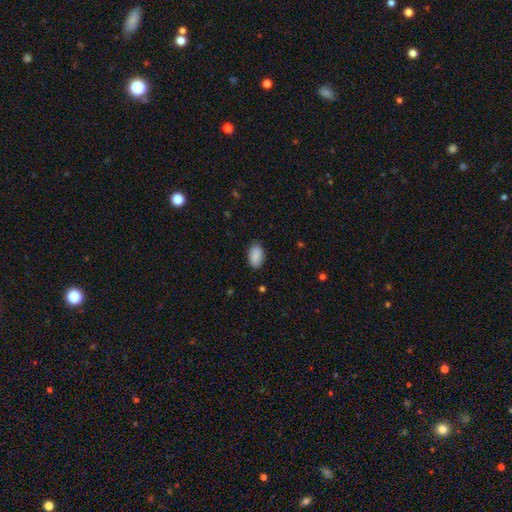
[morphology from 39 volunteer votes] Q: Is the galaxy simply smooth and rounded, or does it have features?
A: smooth — 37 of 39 (95%).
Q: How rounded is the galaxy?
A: in between — 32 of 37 (86%).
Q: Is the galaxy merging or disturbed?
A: none — 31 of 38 (82%).